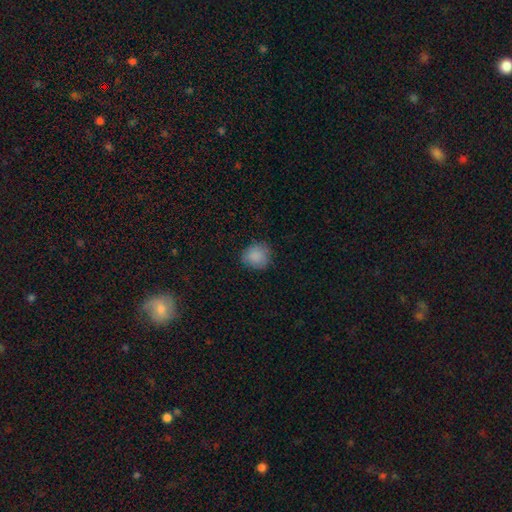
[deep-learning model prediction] Overall: smooth (87%). How rounded: round (83%). Merging: none (81%).